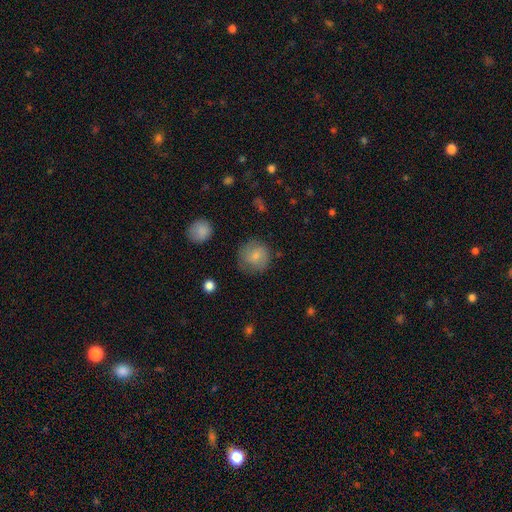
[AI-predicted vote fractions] A smooth galaxy with no disk features (75%) that is round (89%). Merging: none (76%).